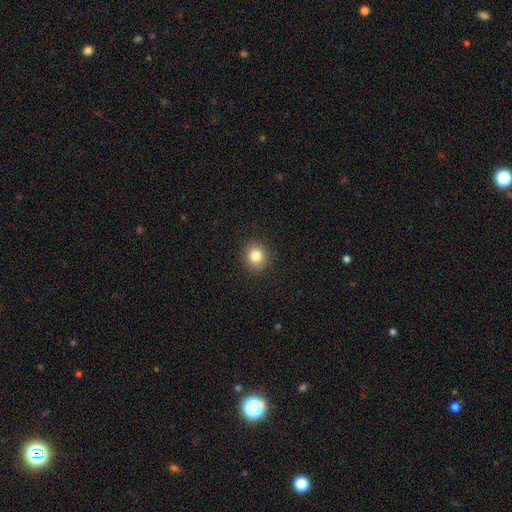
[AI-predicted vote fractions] This is clearly a smooth galaxy (83%). How rounded: clearly round (87%). Merging: clearly none (91%).